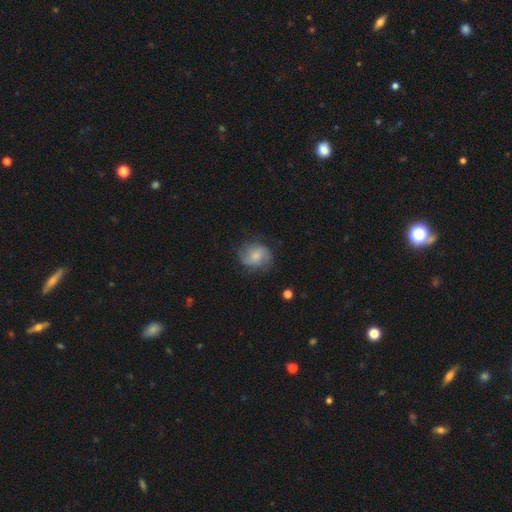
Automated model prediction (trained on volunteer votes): Smooth or featured? Predicted: smooth (p=0.51). How rounded? Predicted: round (p=0.72). Merging? Predicted: none (p=0.66).